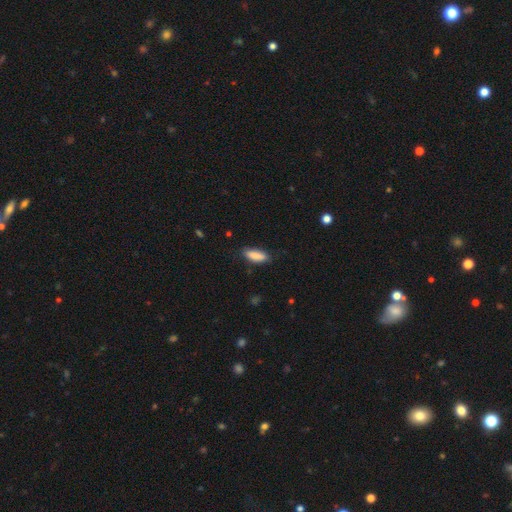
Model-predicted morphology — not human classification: smooth-or-featured: smooth: 88% | star or artifact: 6% | featured or disk: 6%
  how-rounded: in between: 68% | cigar-shaped: 30% | round: 2%
  merging: none: 80% | minor disturbance: 16% | major disturbance: 3% | merger: 1%